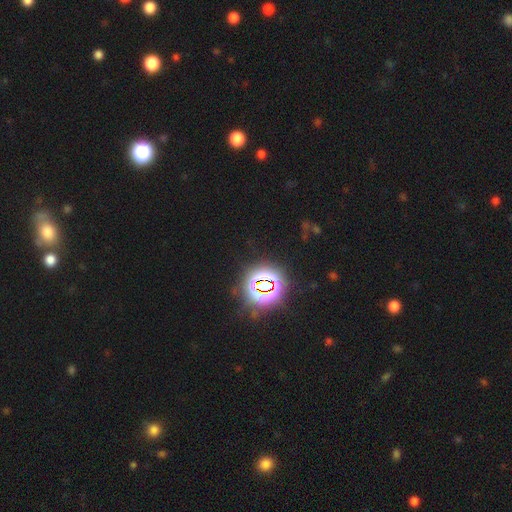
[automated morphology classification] This appears to be a star or artifact, not a galaxy (80%).